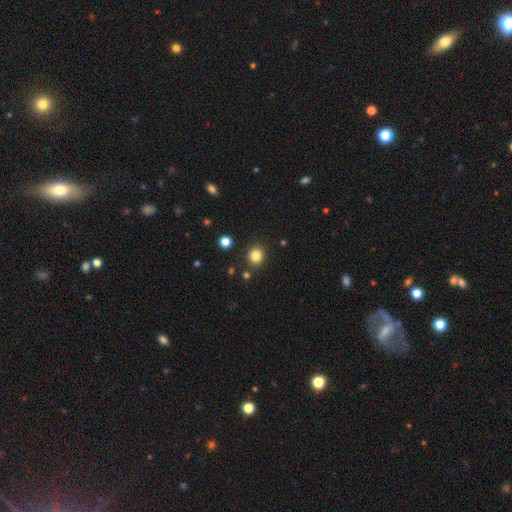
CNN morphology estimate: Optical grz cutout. It shows a smooth galaxy with no disk features (83%) that is round (87%). Merging: none (88%).